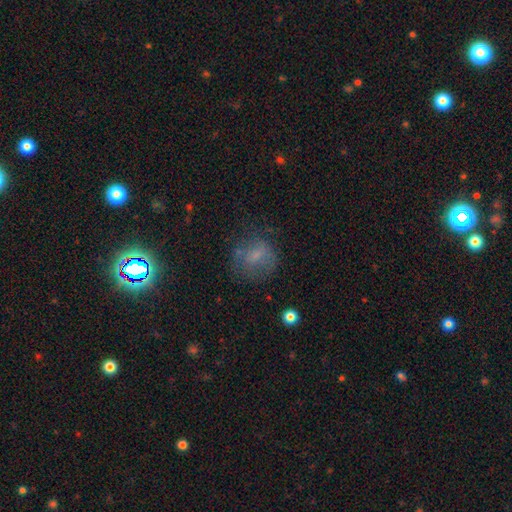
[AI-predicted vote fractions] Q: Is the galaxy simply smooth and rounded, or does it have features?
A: smooth — 54%.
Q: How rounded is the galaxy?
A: round — 68%.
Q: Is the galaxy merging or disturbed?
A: none — 59%.